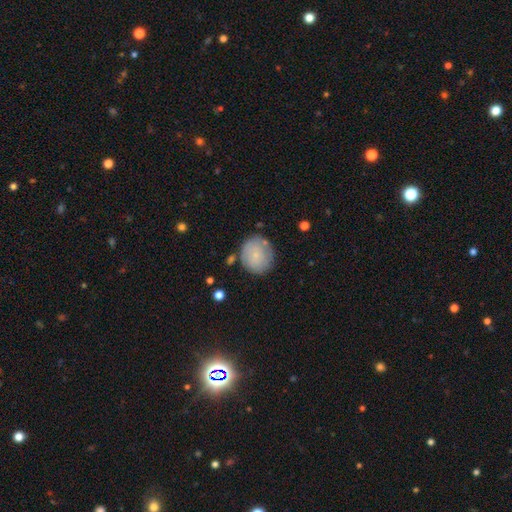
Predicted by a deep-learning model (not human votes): Smooth or featured: smooth — 70% (featured or disk — 23%)
How rounded: round — 81% (in between — 18%)
Merging: none — 73% (minor disturbance — 18%)